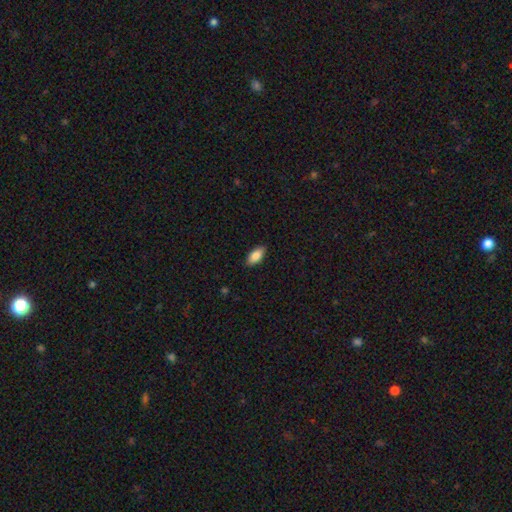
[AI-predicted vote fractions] This is clearly a smooth galaxy (85%). How rounded: clearly in between (90%). Merging: clearly none (88%).